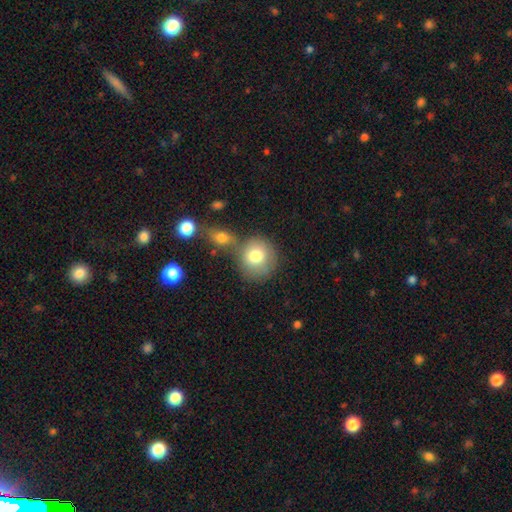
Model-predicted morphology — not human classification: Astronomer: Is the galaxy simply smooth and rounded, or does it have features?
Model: smooth — 78%.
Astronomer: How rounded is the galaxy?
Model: round — 84%.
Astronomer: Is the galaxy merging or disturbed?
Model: none — 55%.